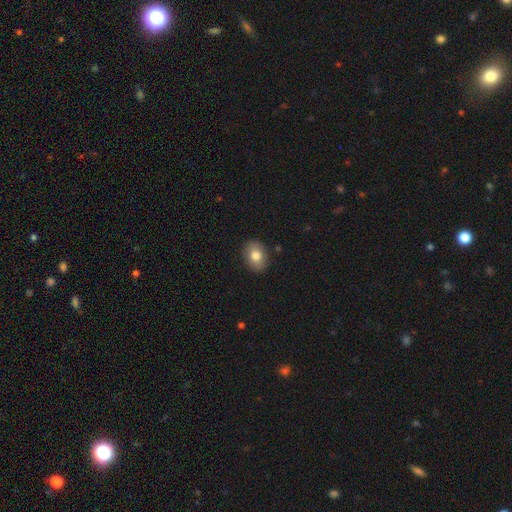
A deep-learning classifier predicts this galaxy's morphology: A smooth galaxy with no disk features (80%) that is in between round and cigar-shaped (65%).

Vote fractions:
- Smooth or featured? smooth: 80% / featured or disk: 12% / star or artifact: 8%
- How rounded? in between: 65% / round: 34% / cigar-shaped: 1%
- Merging? none: 88% / minor disturbance: 9% / major disturbance: 2% / merger: 1%